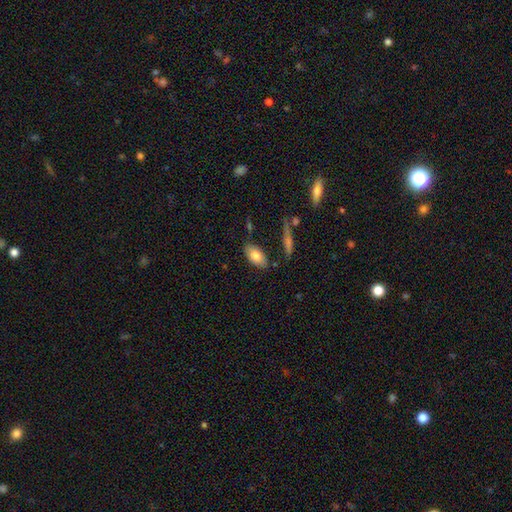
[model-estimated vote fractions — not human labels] smooth_or_featured: smooth (p=0.81) [alt: featured or disk p=0.13]
how_rounded: in between (p=0.92) [alt: cigar-shaped p=0.05]
merging: none (p=0.79) [alt: minor disturbance p=0.14]